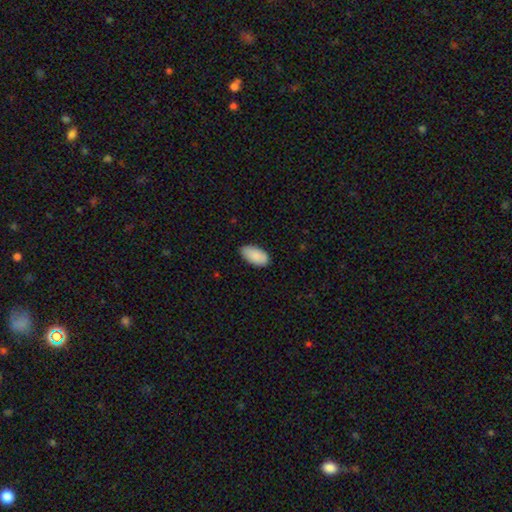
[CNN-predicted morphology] Smooth or featured?
  - smooth: 89% *
  - star or artifact: 6%
  - featured or disk: 5%
How rounded?
  - in between: 95% *
  - round: 2%
  - cigar-shaped: 2%
Merging?
  - none: 78% *
  - minor disturbance: 18%
  - major disturbance: 2%
  - merger: 1%